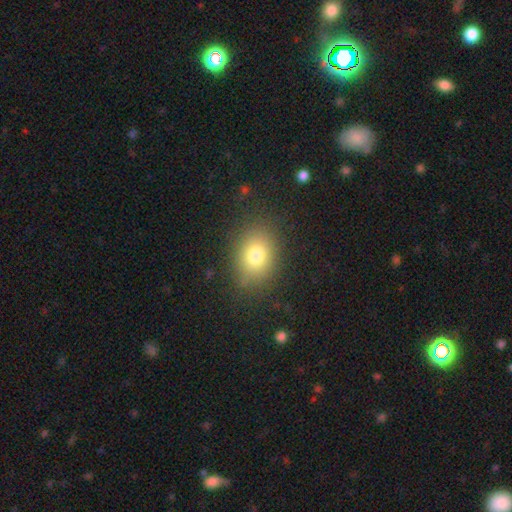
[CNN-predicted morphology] This is likely a smooth galaxy (77%). How rounded: likely in between (62%). Merging: clearly none (83%).